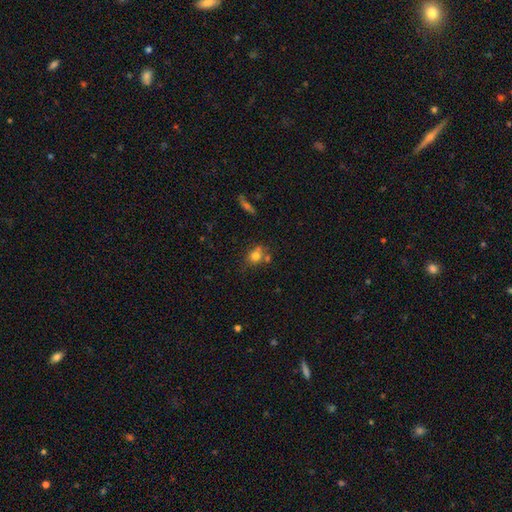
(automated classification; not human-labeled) Smooth or featured: smooth — 76% (star or artifact — 12%)
How rounded: round — 56% (in between — 42%)
Merging: none — 54% (merger — 24%)